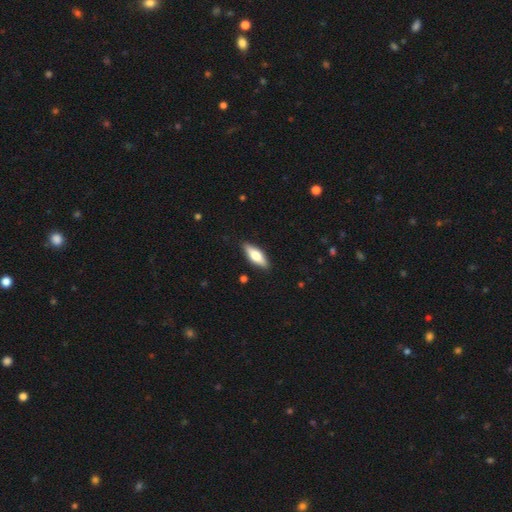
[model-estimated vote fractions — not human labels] This is possibly a smooth galaxy (58%). How rounded: possibly in between (58%). Merging: clearly none (88%).